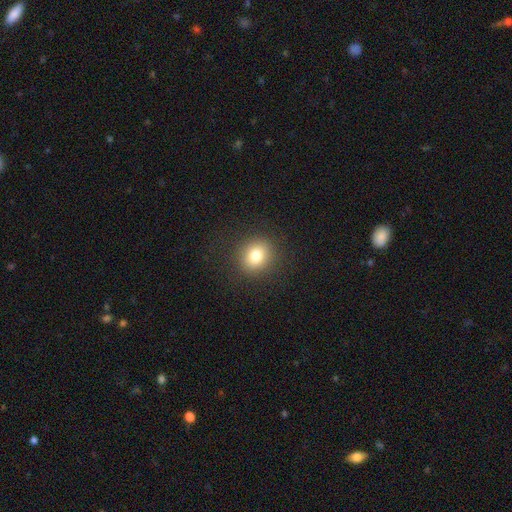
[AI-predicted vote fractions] Smooth or featured? smooth (79%)
How rounded? round (82%)
Merging? none (90%)